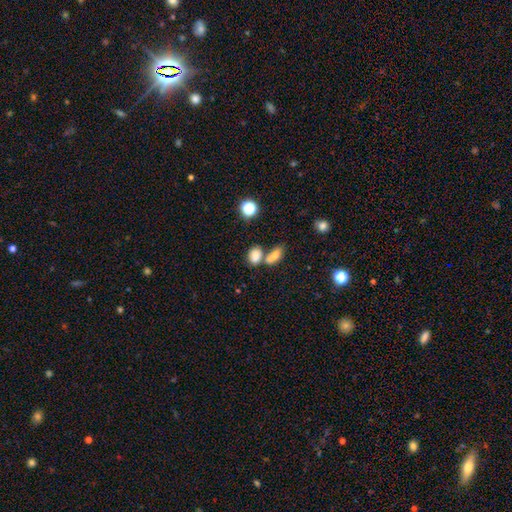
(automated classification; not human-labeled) A smooth galaxy with no disk features (79%) that is in between round and cigar-shaped (74%). Merging: merger (43%).